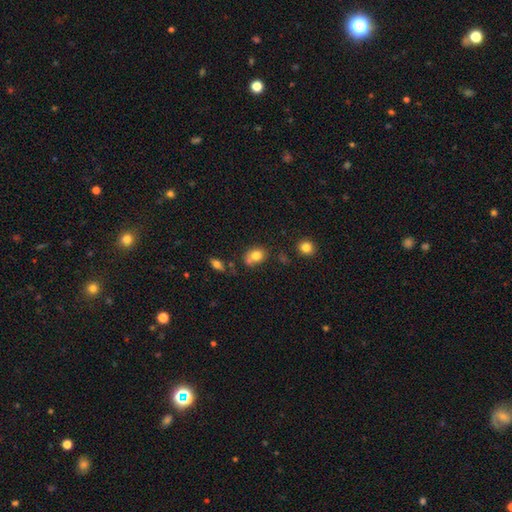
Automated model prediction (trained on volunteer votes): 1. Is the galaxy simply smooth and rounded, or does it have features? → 78% smooth, 11% featured or disk, 11% star or artifact.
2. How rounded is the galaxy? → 51% in between, 48% round, 1% cigar-shaped.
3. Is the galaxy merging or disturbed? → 52% none, 22% minor disturbance, 18% merger, 8% major disturbance.